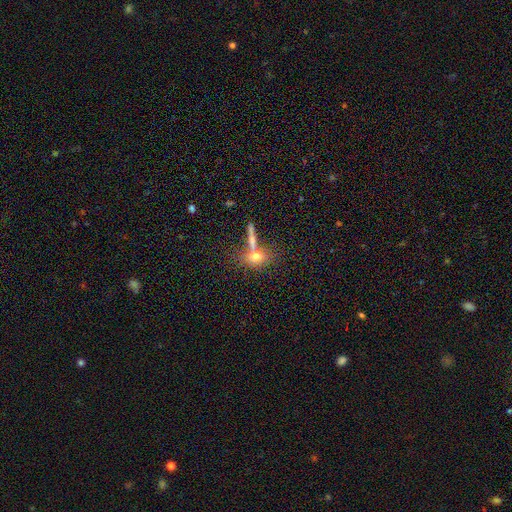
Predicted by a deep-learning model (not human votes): Morphology: type=smooth (69%); roundness=in between (57%); merging=none (48%).